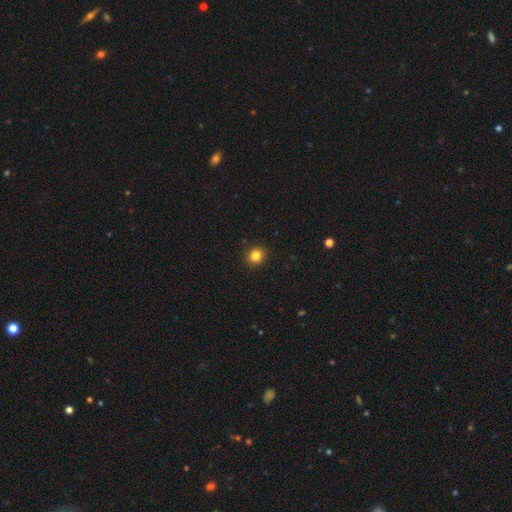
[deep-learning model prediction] The model was most divided on "smooth or featured": smooth: 83%, star or artifact: 12%, featured or disk: 5%. More confident: merging — none (92%); how rounded — round (89%).